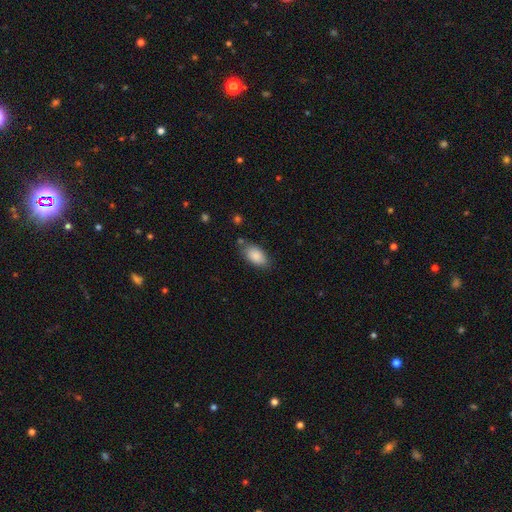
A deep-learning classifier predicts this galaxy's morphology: type=smooth (88%); roundness=in between (93%); merging=none (76%).